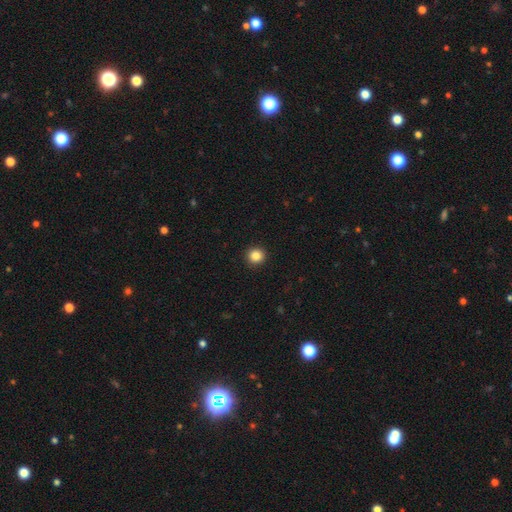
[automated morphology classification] Smooth or featured: smooth — 86% (star or artifact — 11%)
How rounded: round — 94% (in between — 5%)
Merging: none — 93% (minor disturbance — 4%)